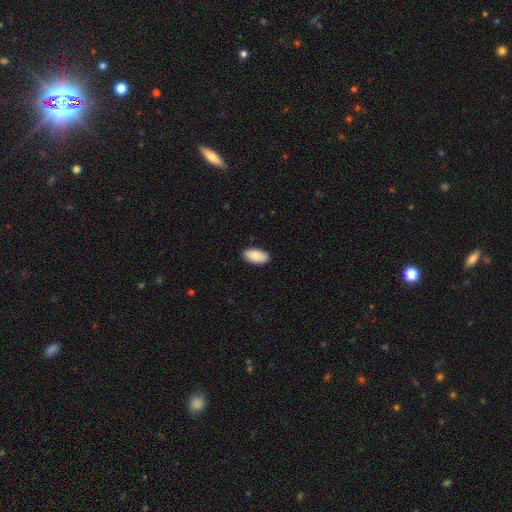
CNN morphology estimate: smooth_or_featured: smooth (p=0.90) [alt: star or artifact p=0.06]
how_rounded: in between (p=0.95) [alt: cigar-shaped p=0.03]
merging: none (p=0.89) [alt: minor disturbance p=0.08]